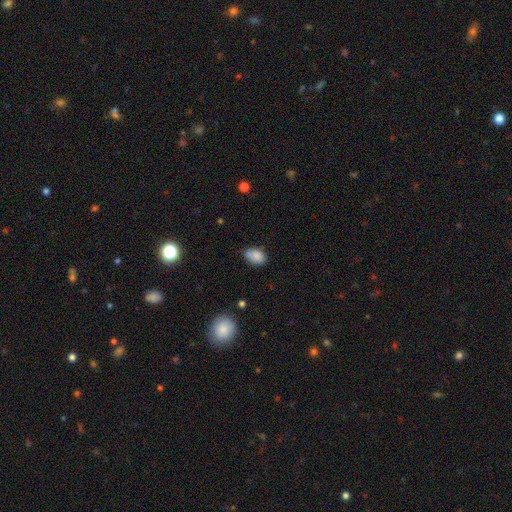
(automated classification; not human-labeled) smooth-or-featured: smooth: 84% | star or artifact: 9% | featured or disk: 7%
  how-rounded: in between: 81% | round: 17% | cigar-shaped: 1%
  merging: none: 60% | minor disturbance: 29% | merger: 6% | major disturbance: 5%